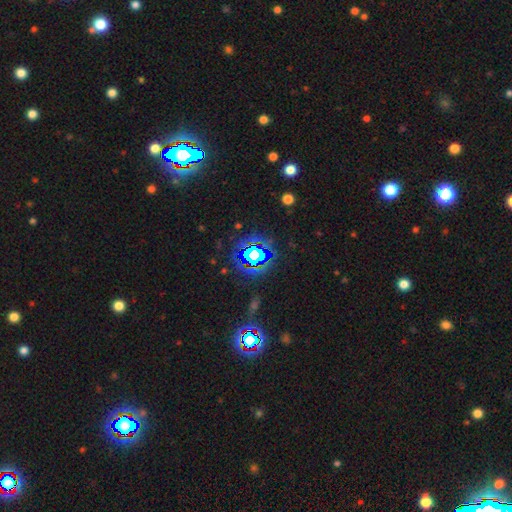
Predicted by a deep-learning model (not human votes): smooth-or-featured: star or artifact: 81% | smooth: 11% | featured or disk: 9%